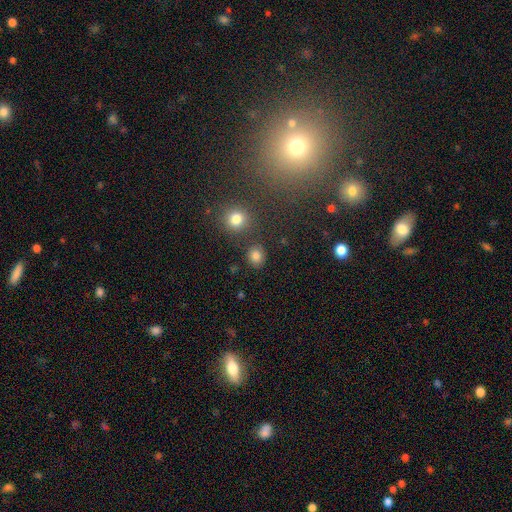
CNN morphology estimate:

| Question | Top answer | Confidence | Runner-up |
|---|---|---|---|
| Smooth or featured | smooth | 82% | star or artifact (13%) |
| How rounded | round | 74% | in between (25%) |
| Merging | none | 83% | minor disturbance (9%) |